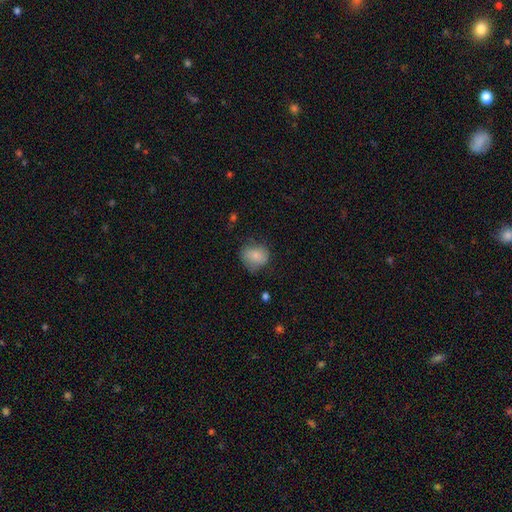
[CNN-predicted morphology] type=smooth (75%); roundness=round (68%); merging=none (61%).